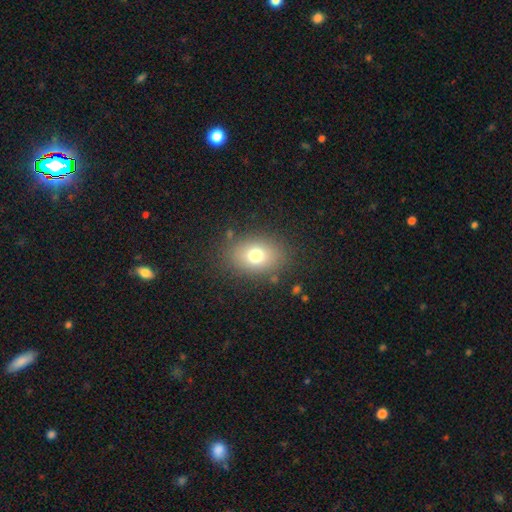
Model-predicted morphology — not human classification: type=smooth (75%); roundness=in between (67%); merging=none (83%).